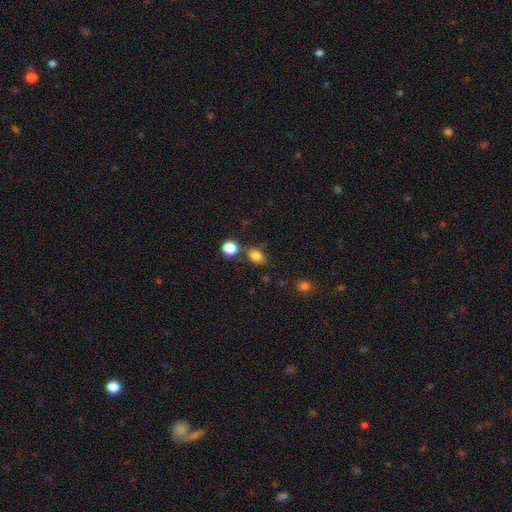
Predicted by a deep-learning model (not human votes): Morphology: type=smooth (82%); roundness=in between (68%); merging=none (71%).